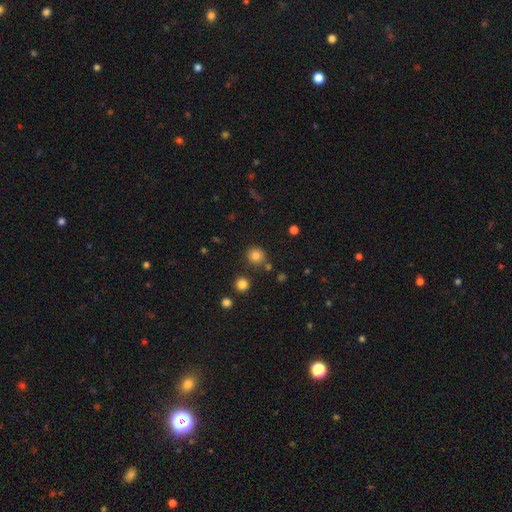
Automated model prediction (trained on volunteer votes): The model was most divided on "smooth or featured": smooth: 82%, star or artifact: 13%, featured or disk: 5%. More confident: how rounded — round (89%); merging — none (81%).